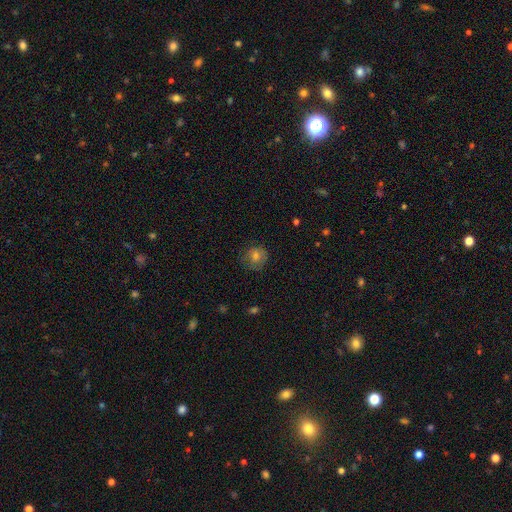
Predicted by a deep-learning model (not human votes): smooth-or-featured: smooth: 70% | featured or disk: 18% | star or artifact: 12%
  how-rounded: round: 86% | in between: 13% | cigar-shaped: 1%
  merging: none: 75% | minor disturbance: 18% | major disturbance: 6% | merger: 1%